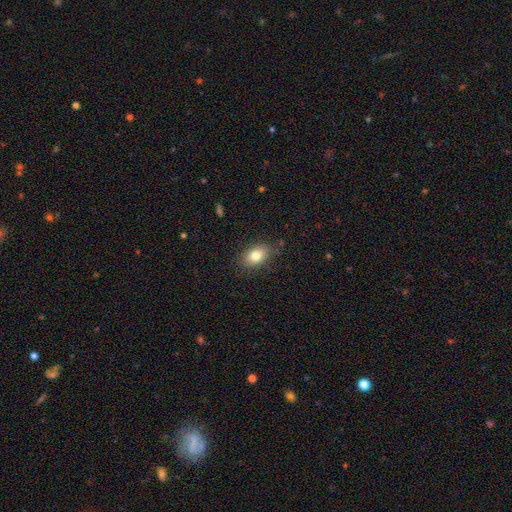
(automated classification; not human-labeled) smooth-or-featured: smooth: 80% | featured or disk: 11% | star or artifact: 9%
  how-rounded: in between: 85% | round: 13% | cigar-shaped: 2%
  merging: none: 84% | minor disturbance: 12% | major disturbance: 3% | merger: 1%